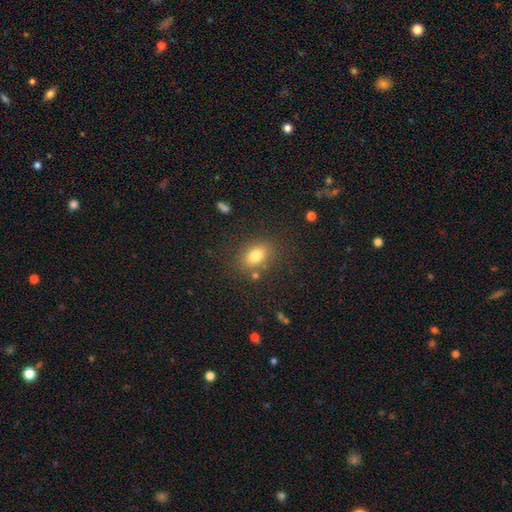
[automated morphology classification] The model was most divided on "how rounded": in between: 70%, round: 29%, cigar-shaped: 1%. More confident: merging — none (79%); smooth or featured — smooth (79%).